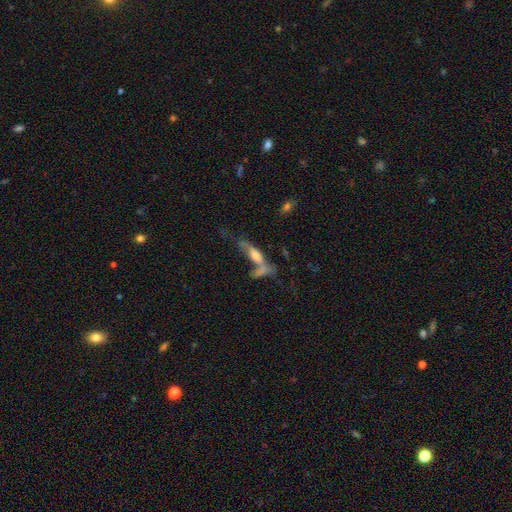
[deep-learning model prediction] Morphology: type=featured or disk (51%); edge-on=yes (63%); merging=merger (36%).